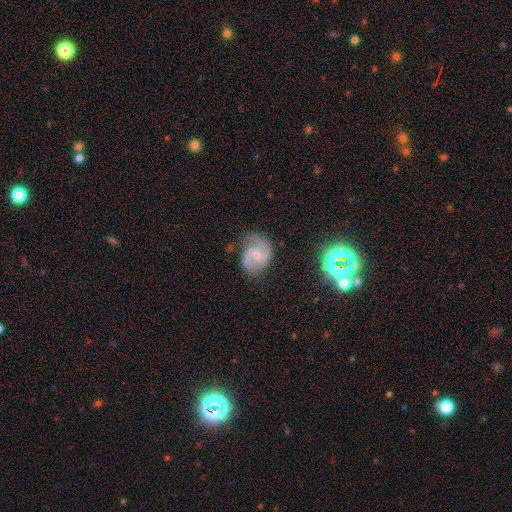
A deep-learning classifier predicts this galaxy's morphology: Q: Smooth or featured?
A: featured or disk (87%); runner-up: smooth (7%)
Q: Edge-on disk?
A: no (98%); runner-up: yes (2%)
Q: Bar?
A: weak (47%); runner-up: no (42%)
Q: Spiral arms?
A: yes (97%); runner-up: no (3%)
Q: Spiral winding?
A: medium (59%); runner-up: tight (24%)
Q: Spiral arm count?
A: 2 (90%); runner-up: can't tell (3%)
Q: Bulge size?
A: small (61%); runner-up: moderate (32%)
Q: Merging?
A: none (72%); runner-up: minor disturbance (19%)